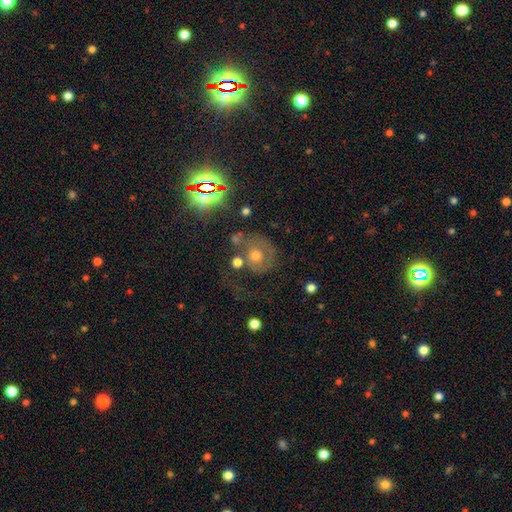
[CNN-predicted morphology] Q: Smooth or featured?
A: featured or disk (44%); runner-up: smooth (39%)
Q: Merging?
A: none (45%); runner-up: major disturbance (25%)